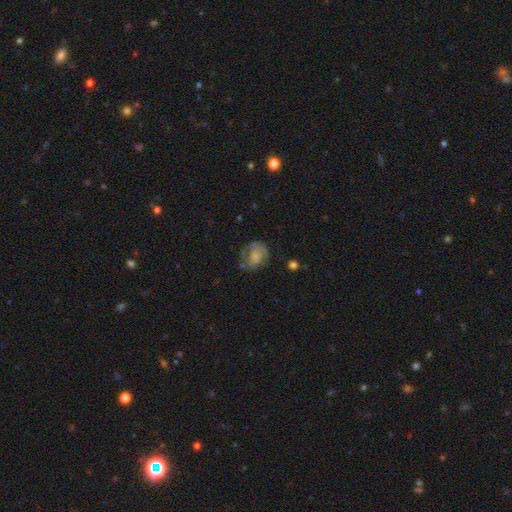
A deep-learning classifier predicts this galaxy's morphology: smooth 46%, featured or disk 44%, star or artifact 10%. Down the decision tree: merging — none (49%).